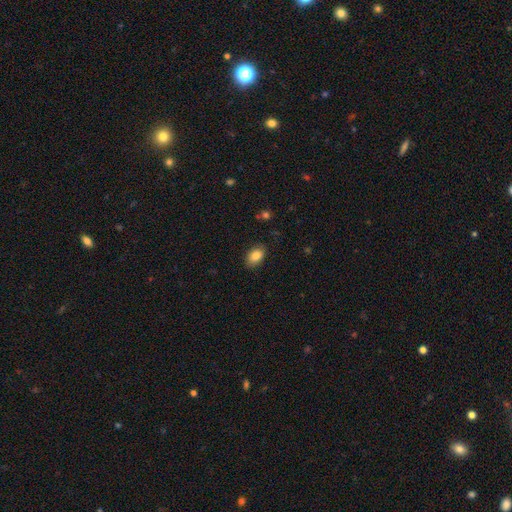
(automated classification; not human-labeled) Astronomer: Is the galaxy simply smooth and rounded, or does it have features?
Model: smooth — 86%.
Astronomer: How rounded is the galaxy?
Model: in between — 89%.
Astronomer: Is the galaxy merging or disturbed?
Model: none — 85%.